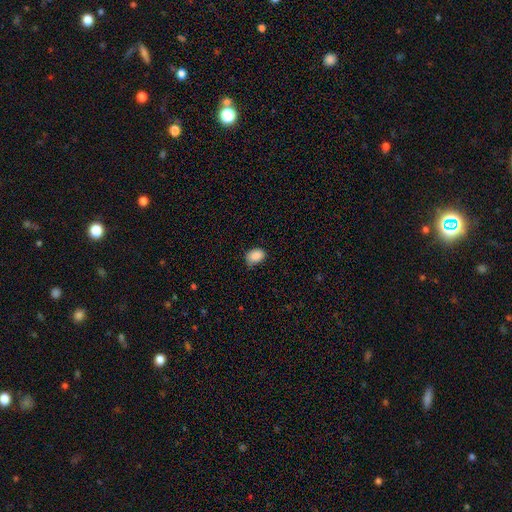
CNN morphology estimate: Smooth or featured? smooth (88%)
How rounded? in between (74%)
Merging? none (65%)